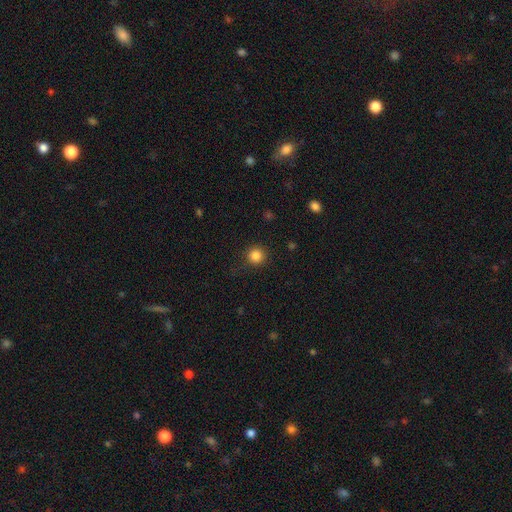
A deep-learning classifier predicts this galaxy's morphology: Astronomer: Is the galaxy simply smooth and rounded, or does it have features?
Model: smooth — 85%.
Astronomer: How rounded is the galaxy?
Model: round — 94%.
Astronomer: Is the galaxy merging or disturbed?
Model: none — 88%.